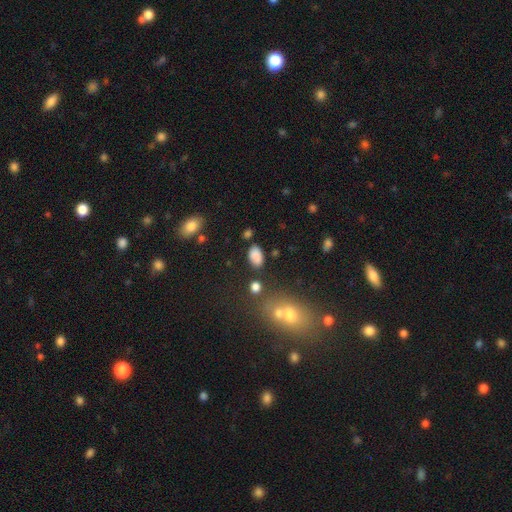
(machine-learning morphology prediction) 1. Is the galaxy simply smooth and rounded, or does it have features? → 84% smooth, 11% star or artifact, 6% featured or disk.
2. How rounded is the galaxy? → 91% in between, 7% round, 2% cigar-shaped.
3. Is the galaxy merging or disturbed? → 75% none, 15% minor disturbance, 5% merger, 4% major disturbance.